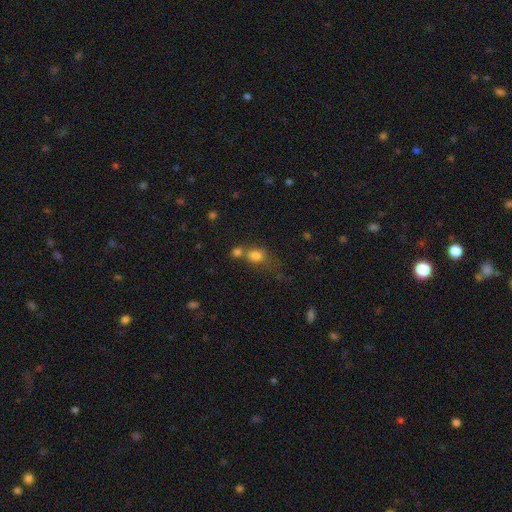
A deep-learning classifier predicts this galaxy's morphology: Smooth or featured: smooth — 76% (star or artifact — 13%)
How rounded: in between — 49% (round — 48%)
Merging: merger — 48% (none — 31%)